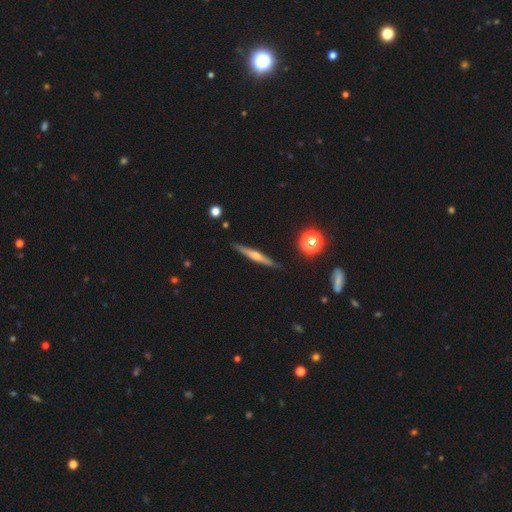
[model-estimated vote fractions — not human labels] This appears to be a featured or disk galaxy (70%) viewed edge-on (97%) with a rounded central bulge (84%). Merging: none (90%).